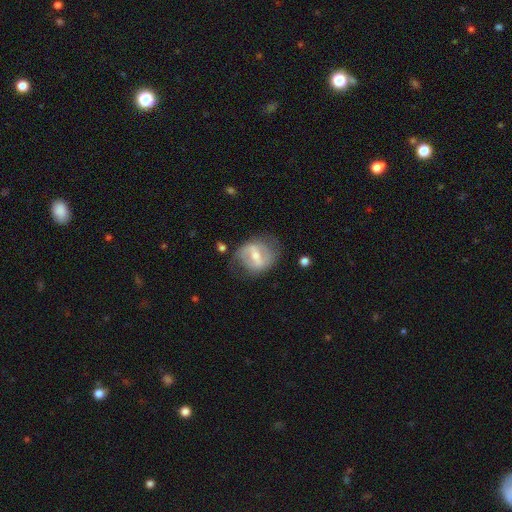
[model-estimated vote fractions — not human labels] Overall: featured or disk (72%). Edge-on disk: no (95%). Bar: strong (56%; weak 35%). Spiral arms: yes (69%; no 31%). Bulge size: moderate (53%; small 40%). Merging: none (63%).